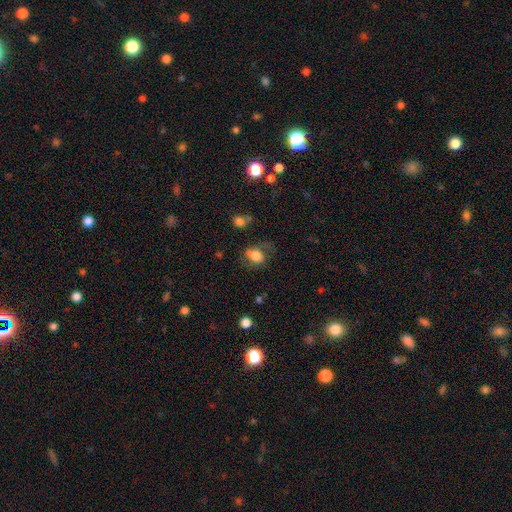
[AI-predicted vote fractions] Overall: smooth (77%). How rounded: in between (56%; round 43%). Merging: none (55%; minor disturbance 25%).